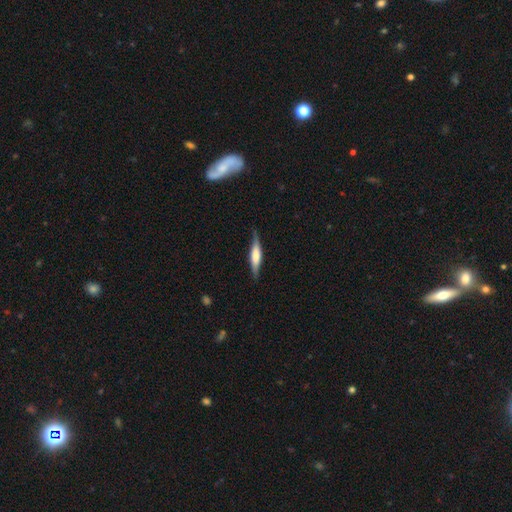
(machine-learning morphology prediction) Smooth or featured? Predicted: featured or disk (p=0.51). Edge-on disk? Predicted: yes (p=0.93). Merging? Predicted: none (p=0.81).